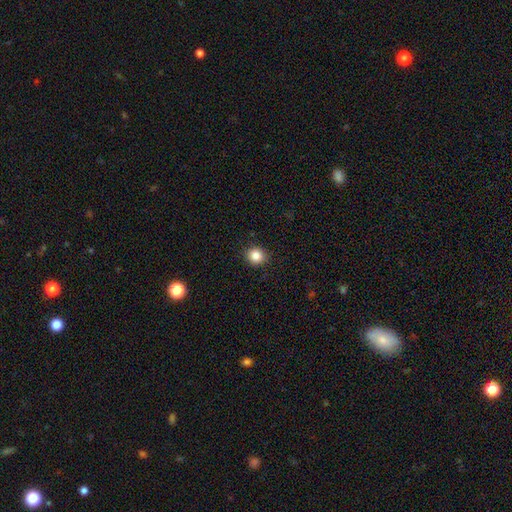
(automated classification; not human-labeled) Morphology: type=smooth (85%); roundness=round (87%); merging=none (91%).